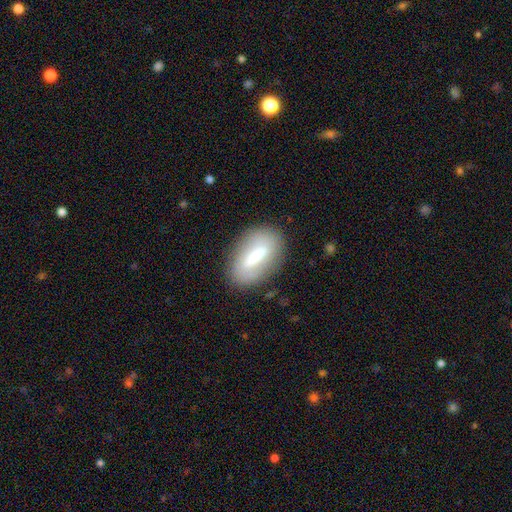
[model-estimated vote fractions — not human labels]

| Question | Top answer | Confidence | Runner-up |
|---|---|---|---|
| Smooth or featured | smooth | 55% | featured or disk (37%) |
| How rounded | in between | 78% | cigar-shaped (18%) |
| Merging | none | 80% | minor disturbance (13%) |